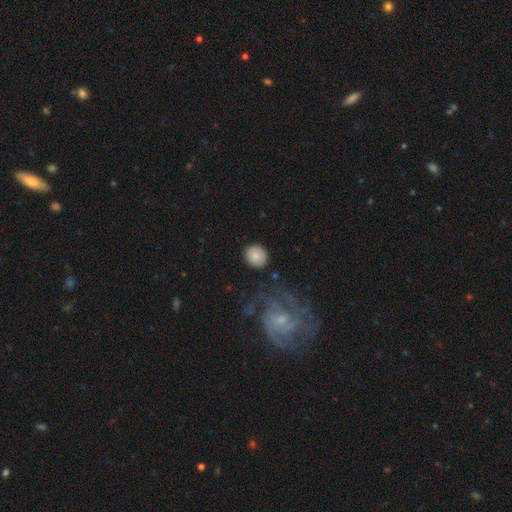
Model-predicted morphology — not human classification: Smooth or featured? smooth (81%)
How rounded? round (85%)
Merging? none (84%)